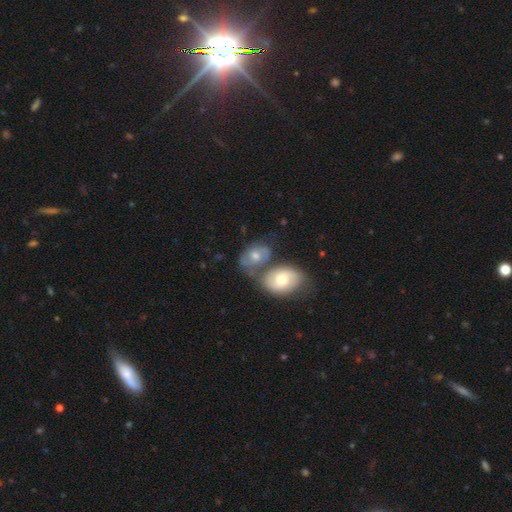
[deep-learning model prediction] The model was most divided on "merging": merger: 45%, none: 33%, minor disturbance: 15%, major disturbance: 8%. More confident: how rounded — in between (73%); smooth or featured — smooth (55%).